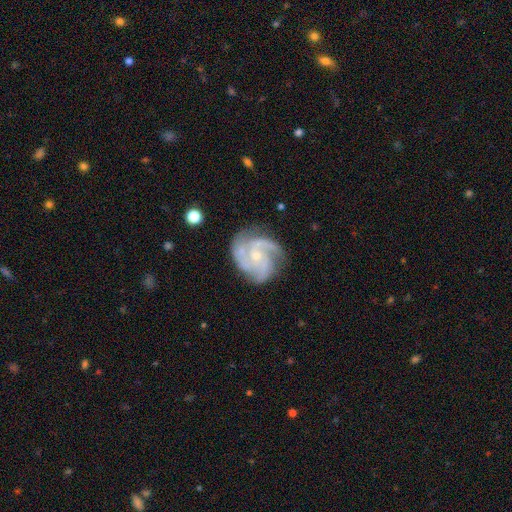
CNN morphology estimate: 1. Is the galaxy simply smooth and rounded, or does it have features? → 89% featured or disk, 6% smooth, 5% star or artifact.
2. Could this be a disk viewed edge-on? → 98% no, 2% yes.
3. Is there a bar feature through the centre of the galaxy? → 71% no, 24% weak, 5% strong.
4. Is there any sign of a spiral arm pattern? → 98% yes, 2% no.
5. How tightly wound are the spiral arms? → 49% medium, 40% tight, 11% loose.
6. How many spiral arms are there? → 66% 3, 12% 2, 9% 4, 6% can't tell, 3% 1, 3% more than 4.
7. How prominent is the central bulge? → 69% small, 27% moderate, 2% none, 1% large, 1% dominant.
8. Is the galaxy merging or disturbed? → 66% none, 21% minor disturbance, 9% major disturbance, 3% merger.